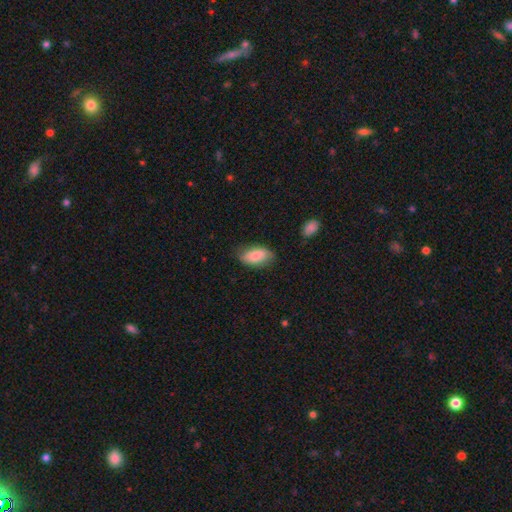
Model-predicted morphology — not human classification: Smooth or featured? Predicted: smooth (p=0.82). How rounded? Predicted: in between (p=0.91). Merging? Predicted: none (p=0.72).